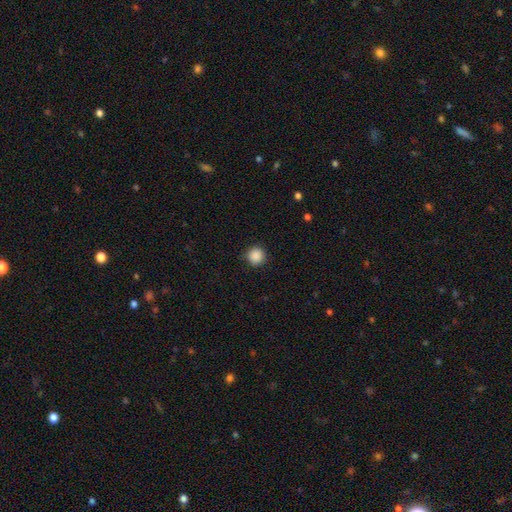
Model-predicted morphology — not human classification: smooth-or-featured: smooth: 88% | star or artifact: 9% | featured or disk: 2%
  how-rounded: round: 95% | in between: 4% | cigar-shaped: 1%
  merging: none: 89% | minor disturbance: 7% | major disturbance: 2% | merger: 1%